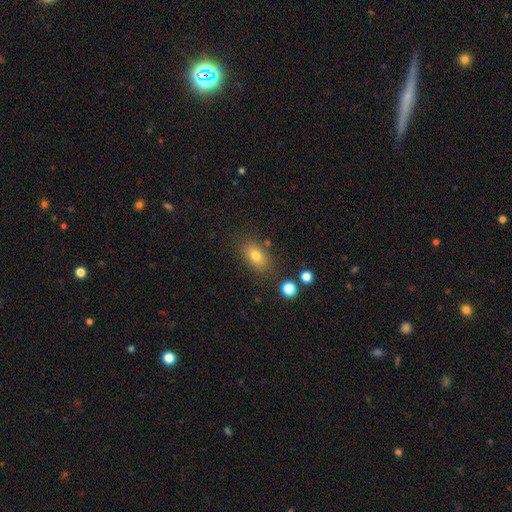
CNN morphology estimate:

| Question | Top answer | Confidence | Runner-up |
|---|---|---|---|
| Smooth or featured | smooth | 78% | featured or disk (11%) |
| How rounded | in between | 84% | round (13%) |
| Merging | none | 80% | minor disturbance (12%) |